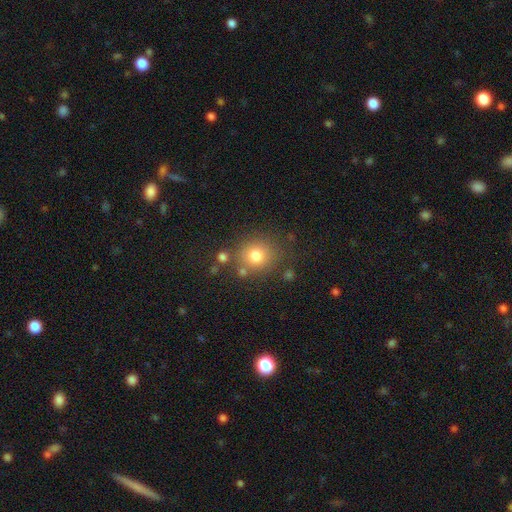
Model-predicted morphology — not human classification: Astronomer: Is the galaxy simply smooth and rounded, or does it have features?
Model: smooth — 77%.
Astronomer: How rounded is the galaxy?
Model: round — 85%.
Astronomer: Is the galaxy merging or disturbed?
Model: none — 76%.